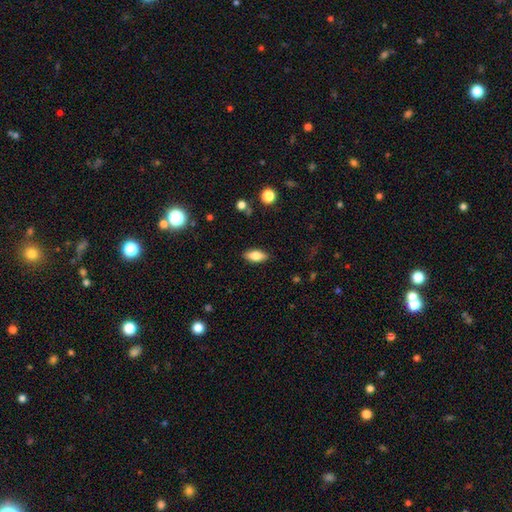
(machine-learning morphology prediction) smooth 74%, featured or disk 19%, star or artifact 8%. Down the decision tree: how rounded — in between (83%); merging — none (87%).